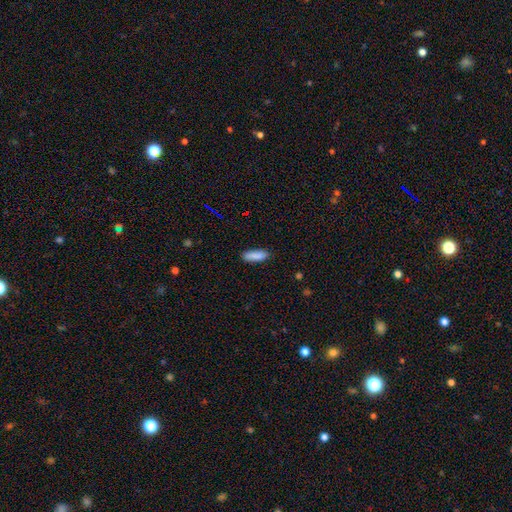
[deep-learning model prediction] This appears to be a smooth galaxy with no disk features (87%) that is in between round and cigar-shaped (58%). Merging: none (82%).